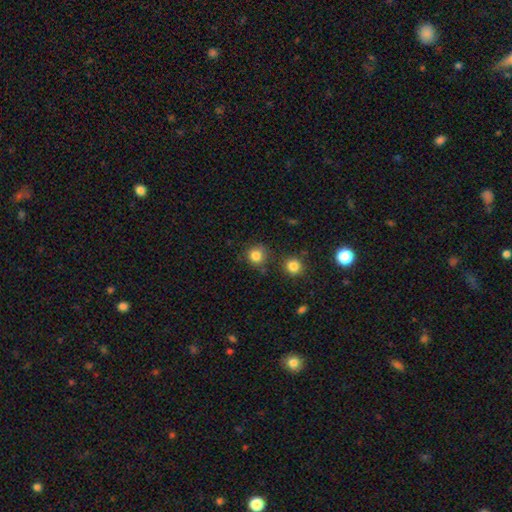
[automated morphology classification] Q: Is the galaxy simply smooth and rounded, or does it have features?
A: smooth — 84%.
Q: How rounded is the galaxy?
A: round — 90%.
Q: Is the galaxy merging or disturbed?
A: none — 76%.